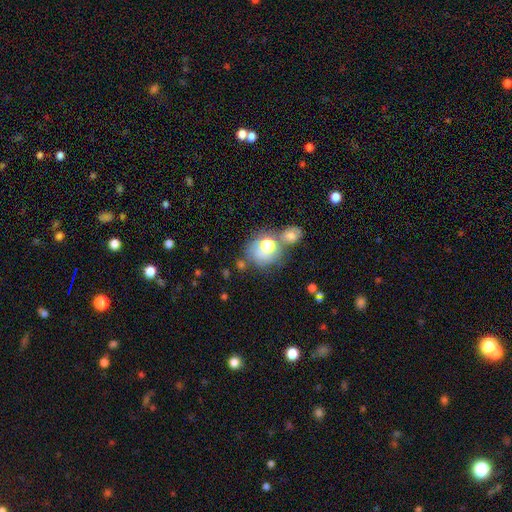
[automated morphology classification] Smooth or featured: smooth — 55% (star or artifact — 23%)
How rounded: round — 73% (in between — 25%)
Merging: none — 44% (merger — 33%)